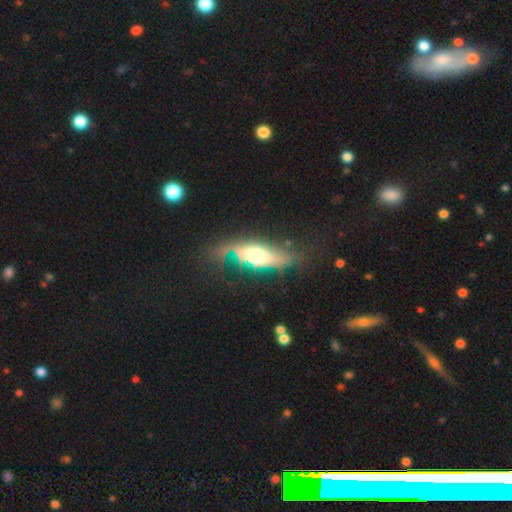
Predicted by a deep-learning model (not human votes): smooth_or_featured: featured or disk (p=0.52) [alt: smooth p=0.38]
disk_edge_on: yes (p=0.53) [alt: no p=0.47]
merging: none (p=0.54) [alt: minor disturbance p=0.23]